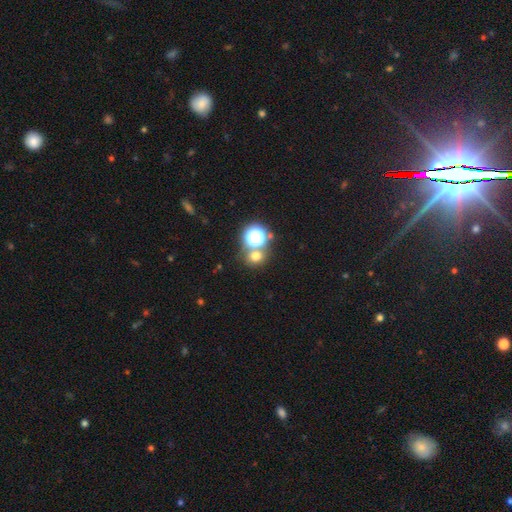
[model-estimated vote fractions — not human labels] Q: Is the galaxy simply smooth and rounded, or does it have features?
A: smooth — 64%.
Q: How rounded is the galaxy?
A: round — 80%.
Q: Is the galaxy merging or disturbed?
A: none — 66%.